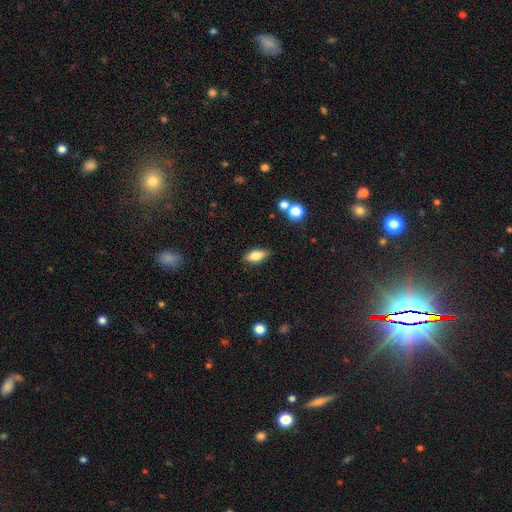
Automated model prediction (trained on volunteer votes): This appears to be a smooth galaxy with no disk features (74%) that is in between round and cigar-shaped (82%). Merging: none (85%).